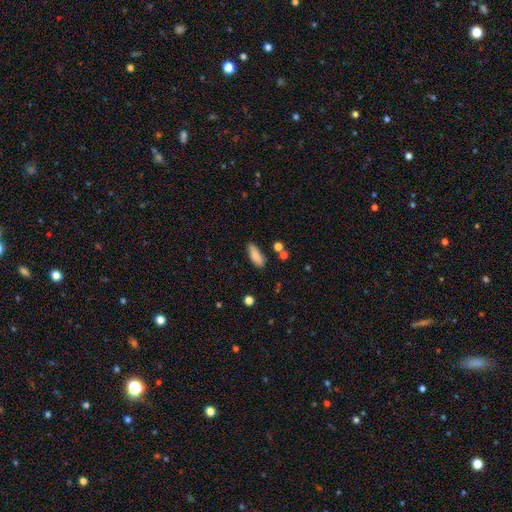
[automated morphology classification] Overall: smooth (83%). How rounded: in between (63%; cigar-shaped 35%). Merging: none (74%).